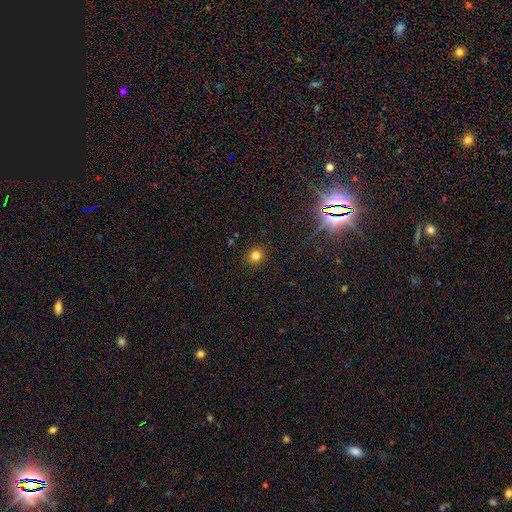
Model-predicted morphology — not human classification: Smooth or featured? smooth (80%)
How rounded? round (87%)
Merging? none (90%)